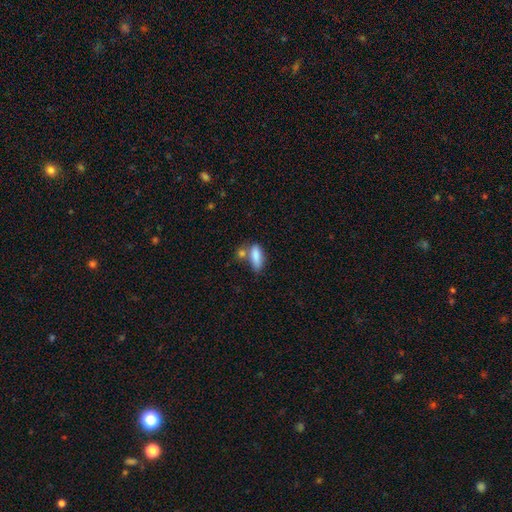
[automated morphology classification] Q: Smooth or featured?
A: smooth (84%); runner-up: featured or disk (9%)
Q: How rounded?
A: in between (70%); runner-up: cigar-shaped (27%)
Q: Merging?
A: none (48%); runner-up: merger (28%)